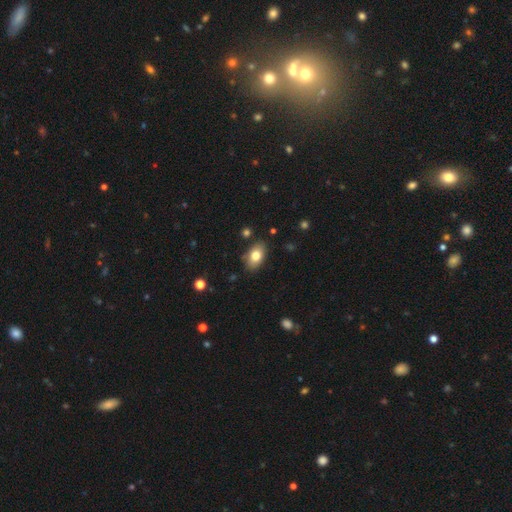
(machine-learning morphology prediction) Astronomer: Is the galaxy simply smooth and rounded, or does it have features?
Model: smooth — 79%.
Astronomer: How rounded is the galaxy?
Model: in between — 89%.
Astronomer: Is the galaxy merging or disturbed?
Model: none — 84%.